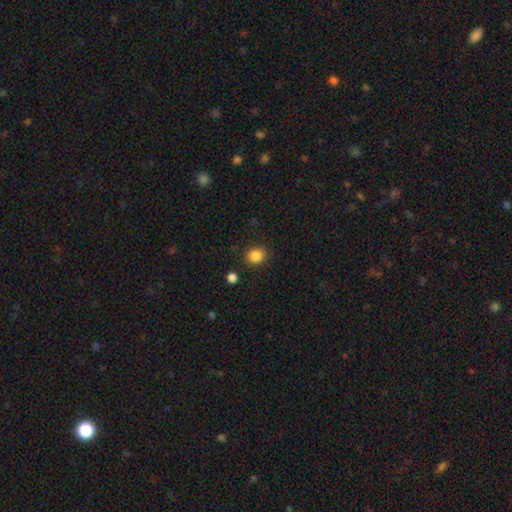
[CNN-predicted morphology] The model was most divided on "how rounded": round: 61%, in between: 38%, cigar-shaped: 1%. More confident: smooth or featured — smooth (86%); merging — none (86%).